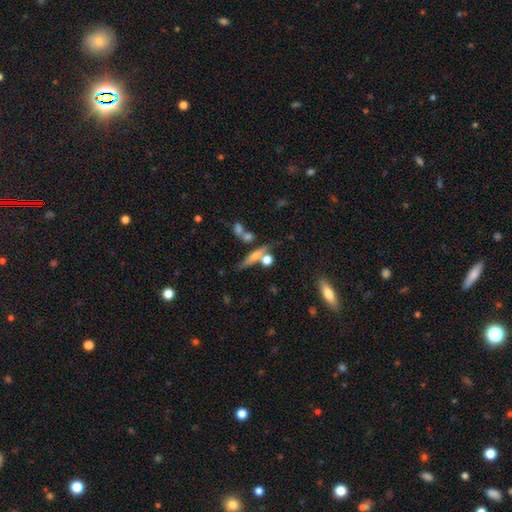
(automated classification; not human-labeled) Morphology: type=smooth (53%); roundness=cigar-shaped (71%); merging=none (57%).